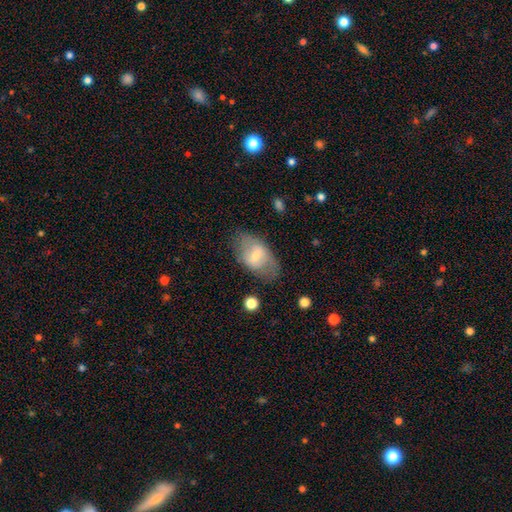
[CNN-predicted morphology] A smooth galaxy with no disk features (50%).

Vote fractions:
- Smooth or featured? smooth: 50% / featured or disk: 43% / star or artifact: 7%
- Merging? none: 72% / minor disturbance: 18% / major disturbance: 8% / merger: 2%